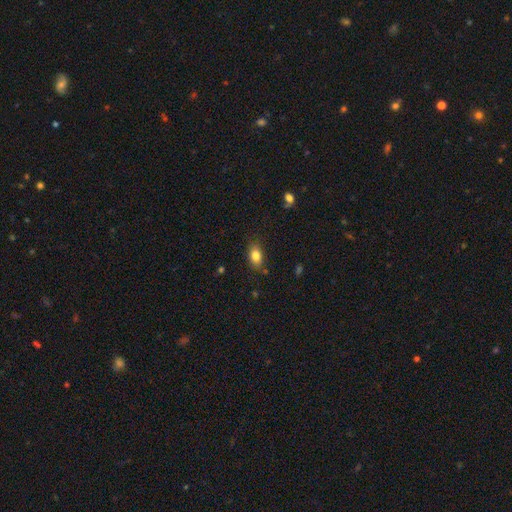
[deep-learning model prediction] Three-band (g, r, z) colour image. It shows a smooth galaxy with no disk features (82%) that is in between round and cigar-shaped (83%). Merging: none (80%).